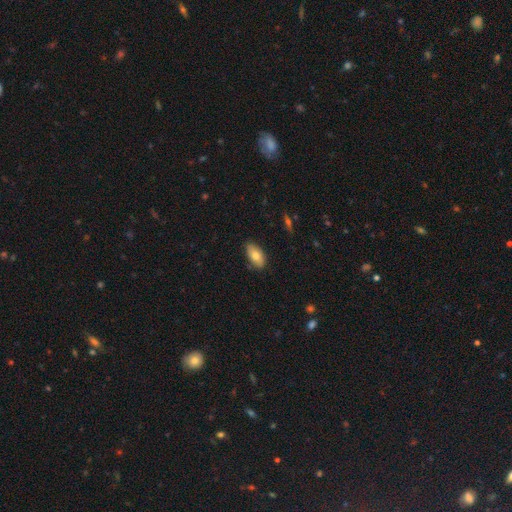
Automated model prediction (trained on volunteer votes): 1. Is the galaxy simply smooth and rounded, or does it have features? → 78% smooth, 15% featured or disk, 7% star or artifact.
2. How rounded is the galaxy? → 92% in between, 5% cigar-shaped, 3% round.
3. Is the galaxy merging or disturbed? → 79% none, 17% minor disturbance, 2% major disturbance, 1% merger.